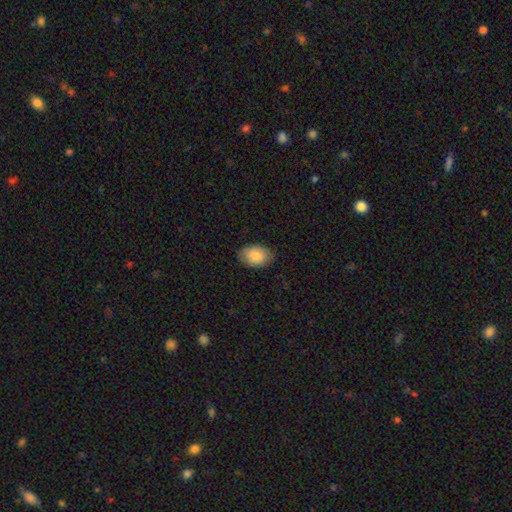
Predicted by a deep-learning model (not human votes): Smooth or featured?
  - smooth: 85% *
  - featured or disk: 8%
  - star or artifact: 7%
How rounded?
  - in between: 85% *
  - round: 14%
  - cigar-shaped: 1%
Merging?
  - none: 83% *
  - minor disturbance: 14%
  - major disturbance: 3%
  - merger: 1%